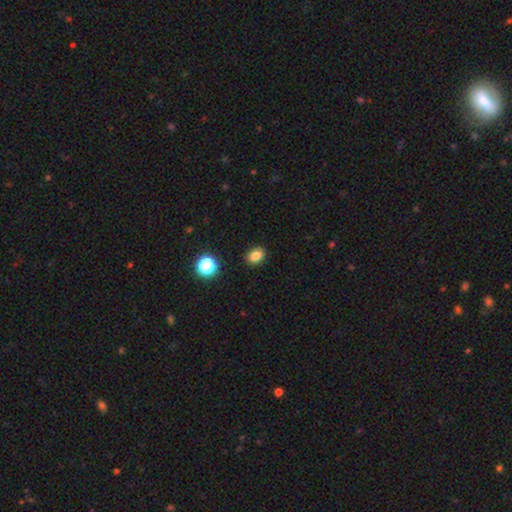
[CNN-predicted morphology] This is clearly a smooth galaxy (82%). How rounded: likely in between (68%). Merging: clearly none (89%).